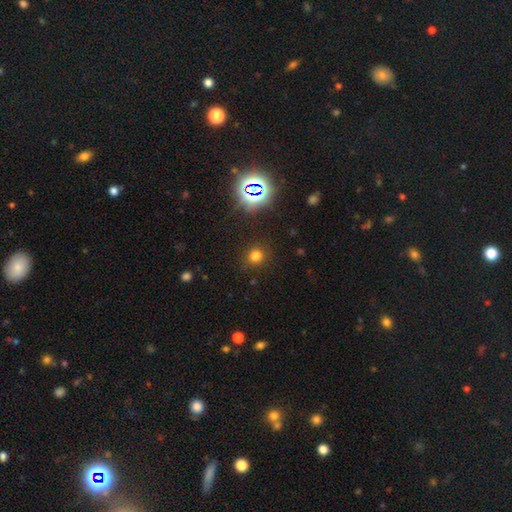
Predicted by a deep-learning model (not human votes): This is likely a smooth galaxy (72%). How rounded: clearly round (81%). Merging: clearly none (85%).